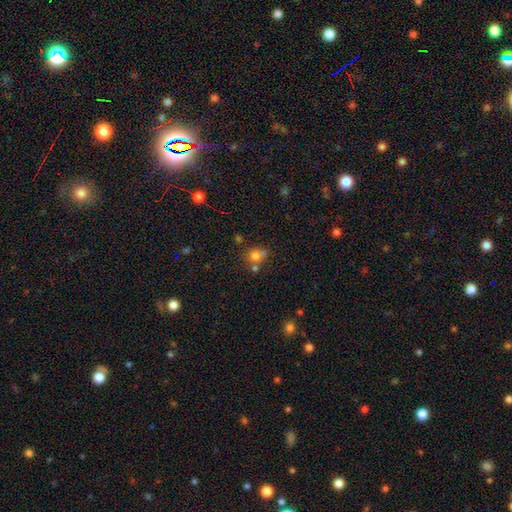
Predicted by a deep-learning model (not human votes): Smooth or featured: smooth — 74% (star or artifact — 15%)
How rounded: round — 59% (in between — 39%)
Merging: none — 44% (merger — 32%)